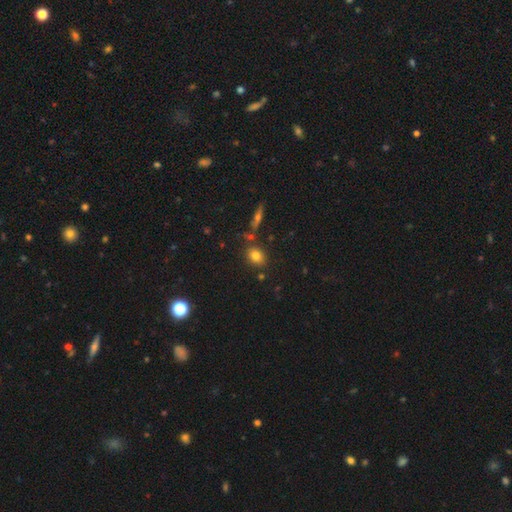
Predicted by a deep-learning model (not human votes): Smooth or featured?
  - smooth: 78% *
  - star or artifact: 11%
  - featured or disk: 11%
How rounded?
  - in between: 60% *
  - round: 38%
  - cigar-shaped: 2%
Merging?
  - none: 77% *
  - minor disturbance: 11%
  - merger: 9%
  - major disturbance: 3%